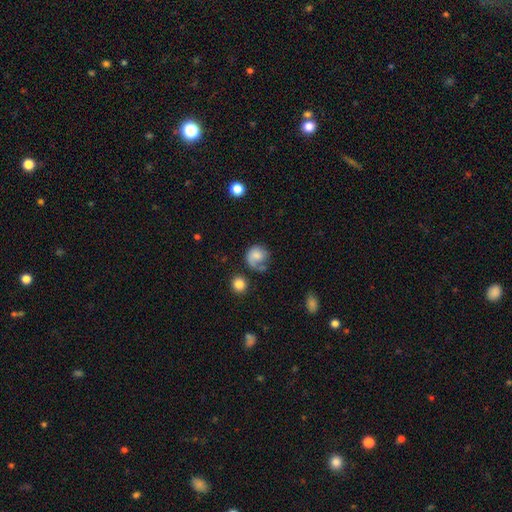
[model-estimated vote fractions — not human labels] Smooth or featured? smooth (59%)
How rounded? round (77%)
Merging? none (43%)